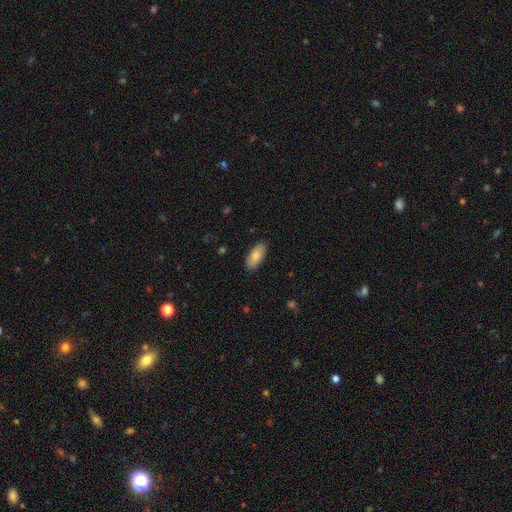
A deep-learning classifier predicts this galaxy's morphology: Smooth or featured: smooth — 83% (featured or disk — 11%)
How rounded: in between — 91% (cigar-shaped — 8%)
Merging: none — 87% (minor disturbance — 10%)